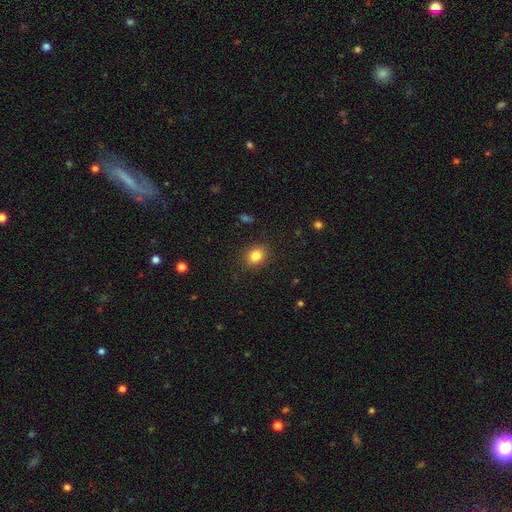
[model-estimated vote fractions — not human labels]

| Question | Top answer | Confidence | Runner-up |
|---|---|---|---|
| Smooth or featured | smooth | 83% | star or artifact (11%) |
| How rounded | round | 58% | in between (41%) |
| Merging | none | 88% | minor disturbance (8%) |